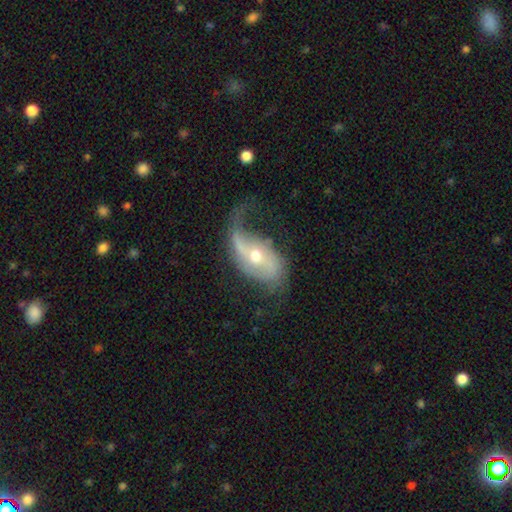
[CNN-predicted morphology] smooth_or_featured: featured or disk (p=0.81) [alt: smooth p=0.13]
disk_edge_on: no (p=0.94) [alt: yes p=0.06]
bar: no (p=0.45) [alt: weak p=0.33]
has_spiral_arms: yes (p=0.91) [alt: no p=0.09]
spiral_winding: loose (p=0.72) [alt: medium p=0.21]
spiral_arm_count: 2 (p=0.67) [alt: 1 p=0.25]
bulge_size: moderate (p=0.62) [alt: small p=0.33]
merging: none (p=0.44) [alt: major disturbance p=0.29]